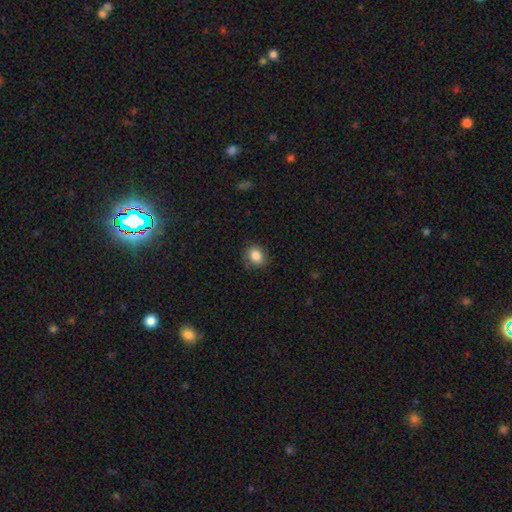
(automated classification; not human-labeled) The model was most divided on "how rounded": round: 51%, in between: 48%, cigar-shaped: 1%. More confident: smooth or featured — smooth (85%); merging — none (83%).